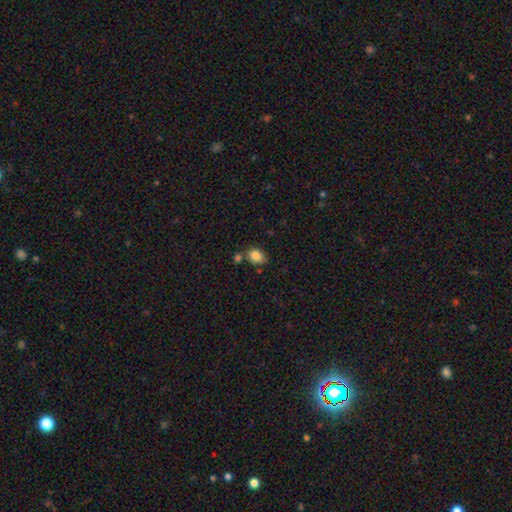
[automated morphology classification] A smooth galaxy with no disk features (84%) that is in between round and cigar-shaped (57%). Merging: none (65%).